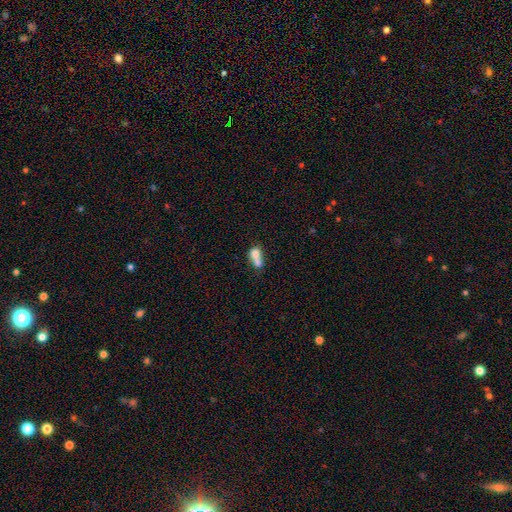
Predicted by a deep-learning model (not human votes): smooth_or_featured: smooth (p=0.70) [alt: featured or disk p=0.21]
how_rounded: round (p=0.49) [alt: in between p=0.48]
merging: merger (p=0.70) [alt: none p=0.18]